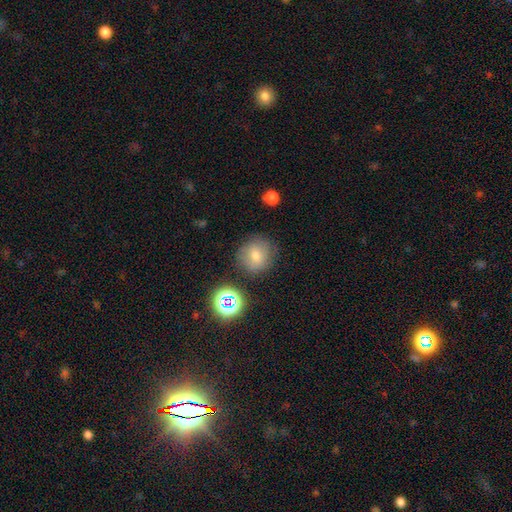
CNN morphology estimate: Overall: smooth (62%). How rounded: round (90%). Merging: none (80%).